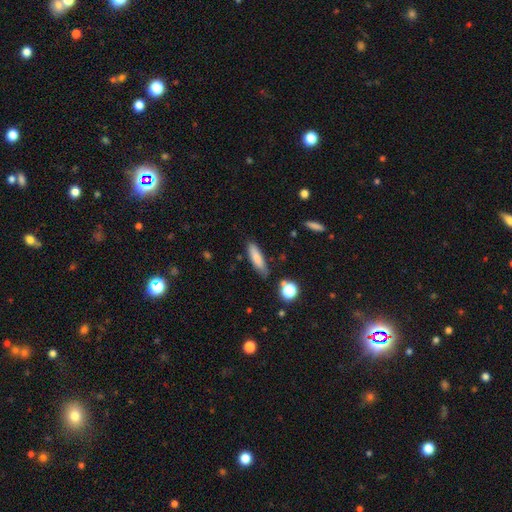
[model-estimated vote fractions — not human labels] A smooth galaxy with no disk features (79%) that is cigar-shaped (69%). Merging: none (78%).